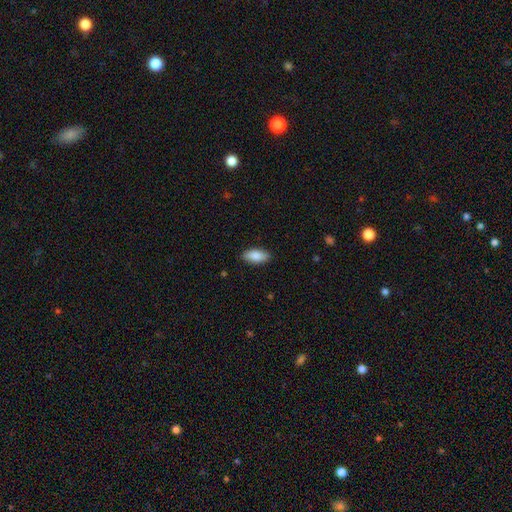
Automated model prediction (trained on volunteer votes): Overall: smooth (87%). How rounded: in between (88%). Merging: none (88%).